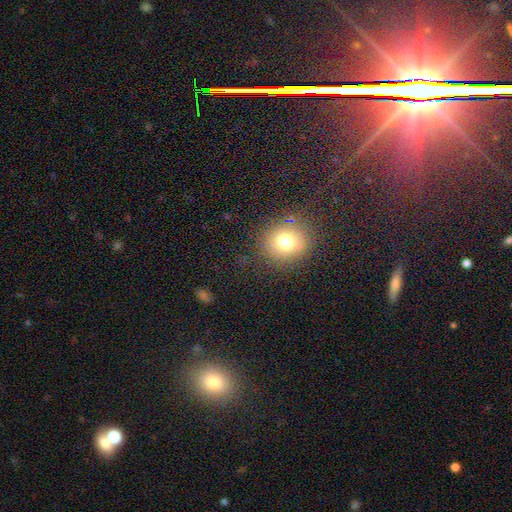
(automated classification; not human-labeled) Smooth or featured: smooth — 65% (star or artifact — 25%)
How rounded: round — 79% (in between — 19%)
Merging: none — 87% (minor disturbance — 8%)